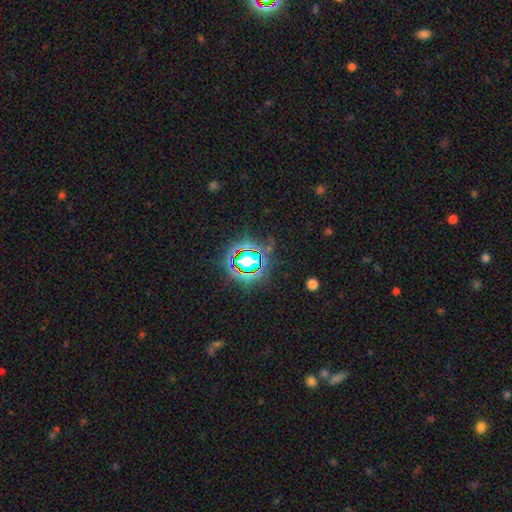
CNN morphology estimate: type=star or artifact (79%).